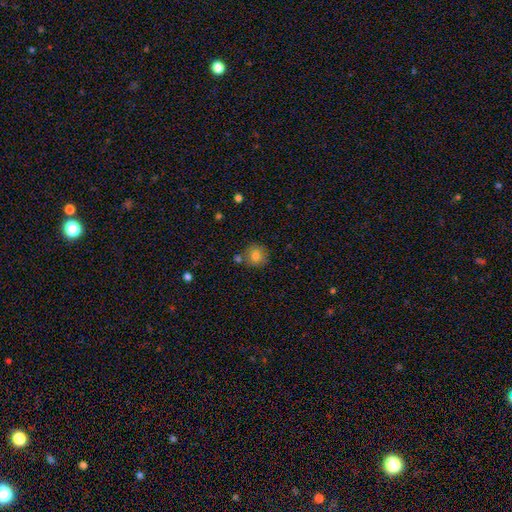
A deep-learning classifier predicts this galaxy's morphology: A smooth galaxy with no disk features (80%) that is round (89%). Merging: none (73%).